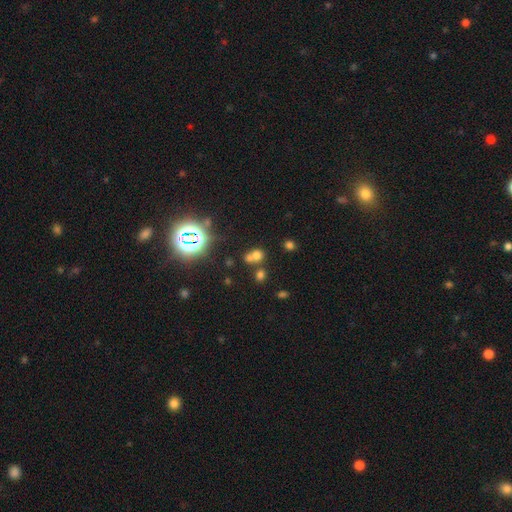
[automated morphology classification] This appears to be a smooth galaxy with no disk features (56%) that is round (66%). Merging: merger (48%).